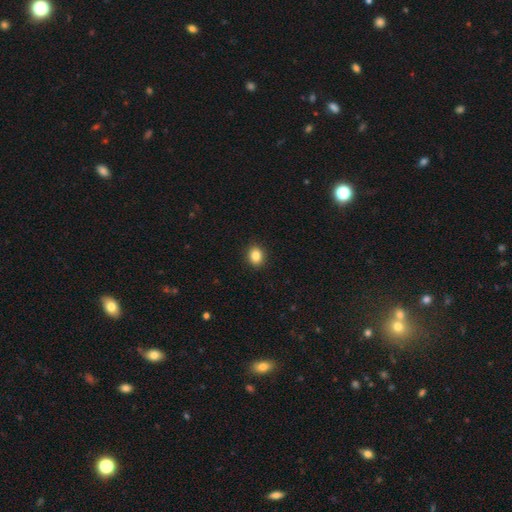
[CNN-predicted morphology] This appears to be a smooth galaxy with no disk features (86%) that is round (56%). Merging: none (91%).